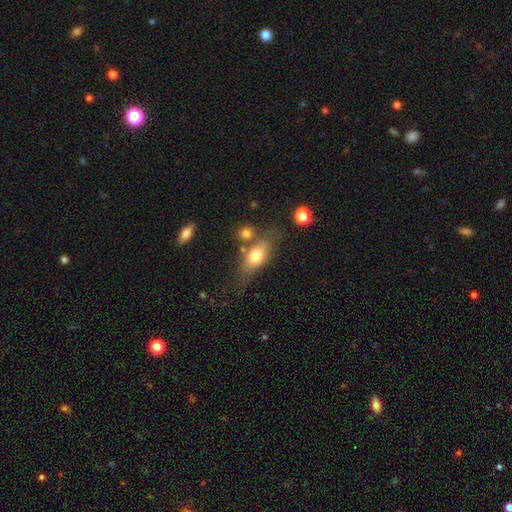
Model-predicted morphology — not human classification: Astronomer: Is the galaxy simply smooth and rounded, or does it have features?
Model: smooth — 70%.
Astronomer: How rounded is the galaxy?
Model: in between — 78%.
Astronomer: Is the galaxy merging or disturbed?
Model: none — 54%.